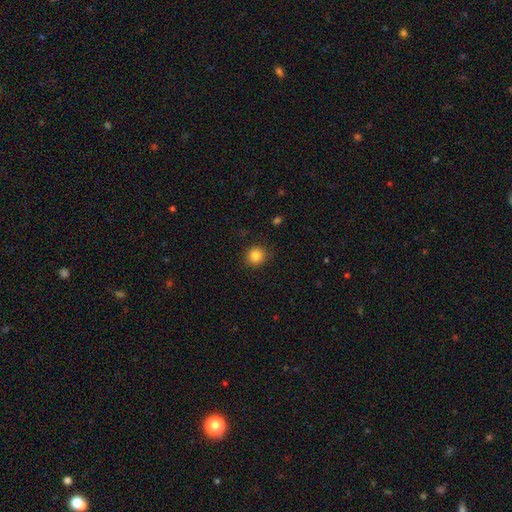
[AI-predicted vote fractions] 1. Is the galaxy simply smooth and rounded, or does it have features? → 84% smooth, 11% star or artifact, 5% featured or disk.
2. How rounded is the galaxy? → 90% round, 9% in between, 1% cigar-shaped.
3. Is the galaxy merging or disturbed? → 88% none, 9% minor disturbance, 2% major disturbance, 1% merger.